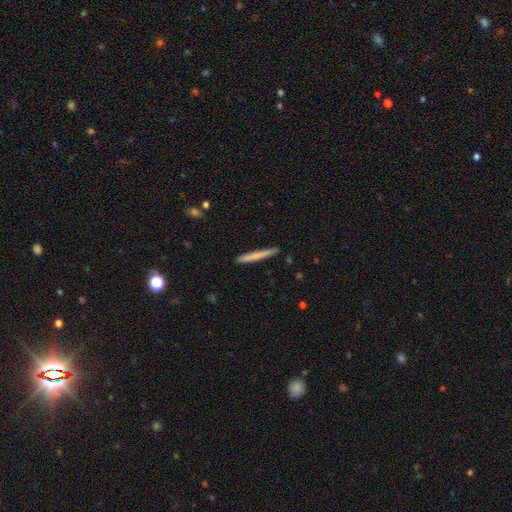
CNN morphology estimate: Smooth or featured? Predicted: smooth (p=0.69). How rounded? Predicted: cigar-shaped (p=0.97). Merging? Predicted: none (p=0.90).